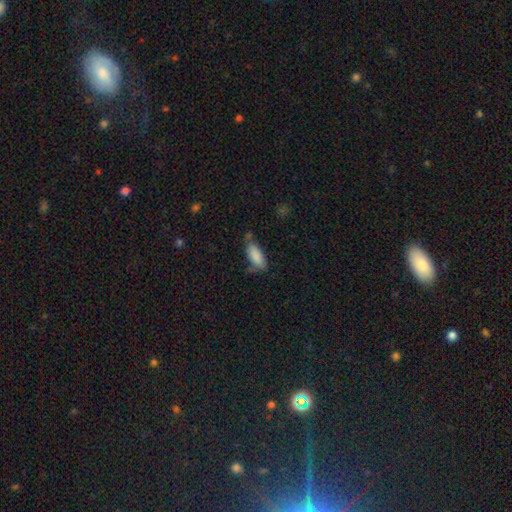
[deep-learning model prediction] A smooth galaxy with no disk features (86%) that is in between round and cigar-shaped (75%).

Vote fractions:
- Smooth or featured? smooth: 86% / featured or disk: 7% / star or artifact: 7%
- How rounded? in between: 75% / cigar-shaped: 23% / round: 2%
- Merging? none: 58% / minor disturbance: 28% / merger: 7% / major disturbance: 7%